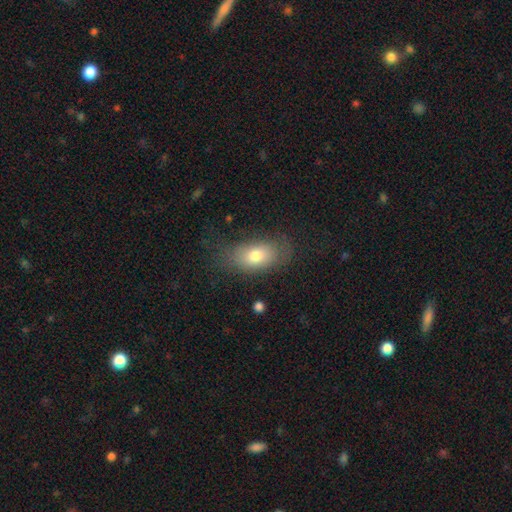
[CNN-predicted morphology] Smooth or featured: smooth — 74% (featured or disk — 17%)
How rounded: in between — 87% (round — 9%)
Merging: none — 66% (minor disturbance — 21%)